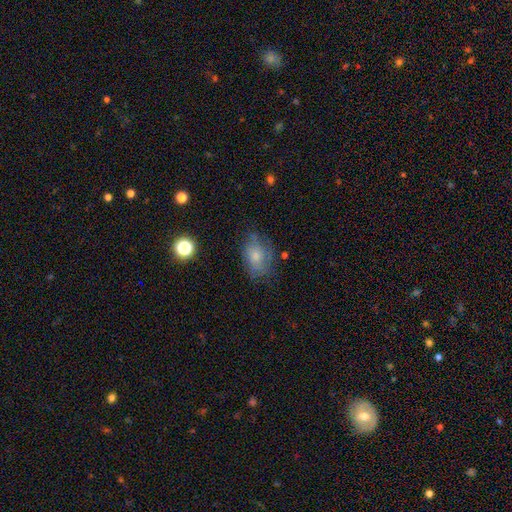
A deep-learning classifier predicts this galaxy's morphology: smooth-or-featured: smooth: 59% | featured or disk: 28% | star or artifact: 13%
  how-rounded: in between: 77% | round: 21% | cigar-shaped: 2%
  merging: none: 65% | minor disturbance: 24% | major disturbance: 9% | merger: 2%